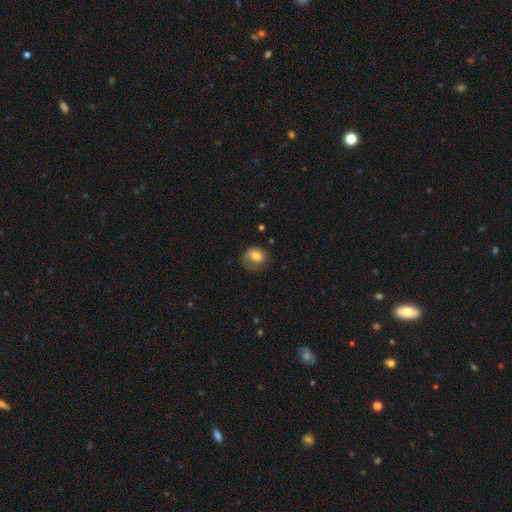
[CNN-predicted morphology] A smooth galaxy with no disk features (68%) that is round (69%). Merging: none (50%).